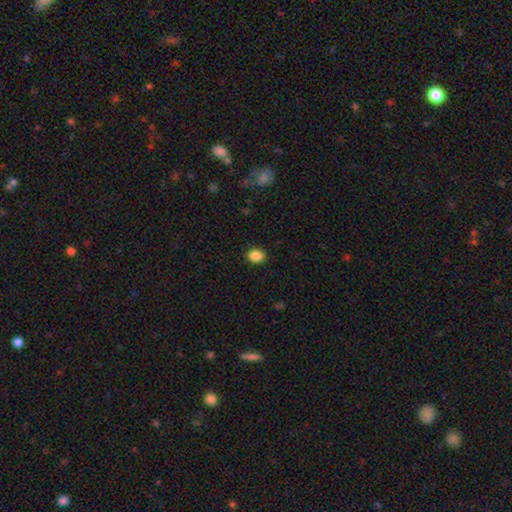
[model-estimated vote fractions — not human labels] smooth-or-featured: smooth: 87% | star or artifact: 10% | featured or disk: 4%
  how-rounded: in between: 50% | round: 49% | cigar-shaped: 1%
  merging: none: 90% | minor disturbance: 7% | major disturbance: 2% | merger: 1%